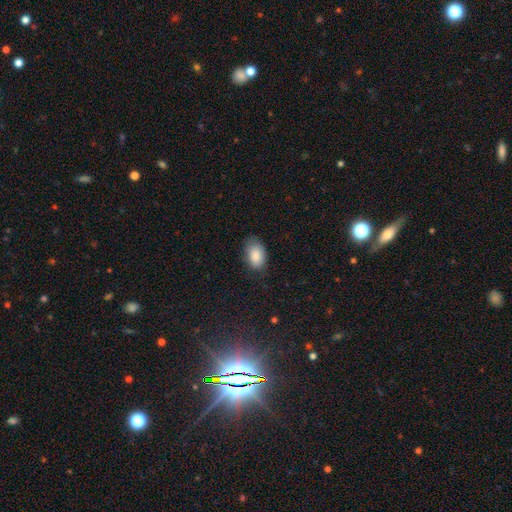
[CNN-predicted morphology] Smooth or featured: smooth — 87% (star or artifact — 7%)
How rounded: in between — 91% (round — 8%)
Merging: none — 73% (minor disturbance — 21%)